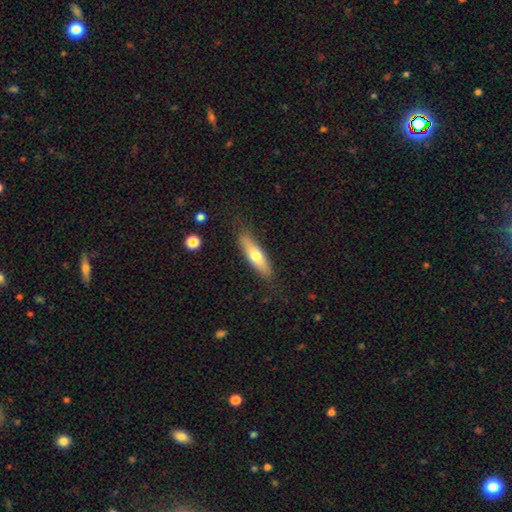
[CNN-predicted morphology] smooth-or-featured: smooth: 63% | featured or disk: 31% | star or artifact: 6%
  how-rounded: cigar-shaped: 64% | in between: 34% | round: 2%
  merging: none: 81% | minor disturbance: 14% | major disturbance: 3% | merger: 1%